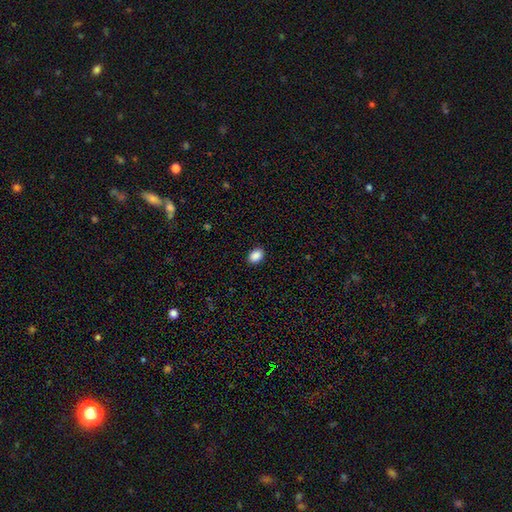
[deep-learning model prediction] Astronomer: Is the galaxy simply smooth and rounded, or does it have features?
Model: smooth — 89%.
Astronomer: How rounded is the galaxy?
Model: in between — 75%.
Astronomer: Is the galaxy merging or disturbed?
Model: none — 90%.